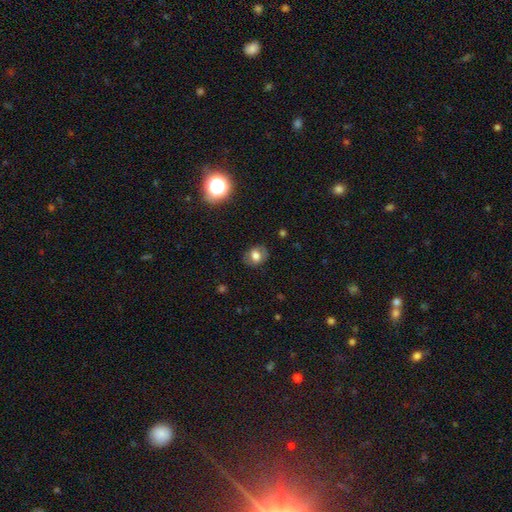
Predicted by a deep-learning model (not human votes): The model was most divided on "how rounded": round: 51%, in between: 48%, cigar-shaped: 1%. More confident: merging — none (81%); smooth or featured — smooth (69%).